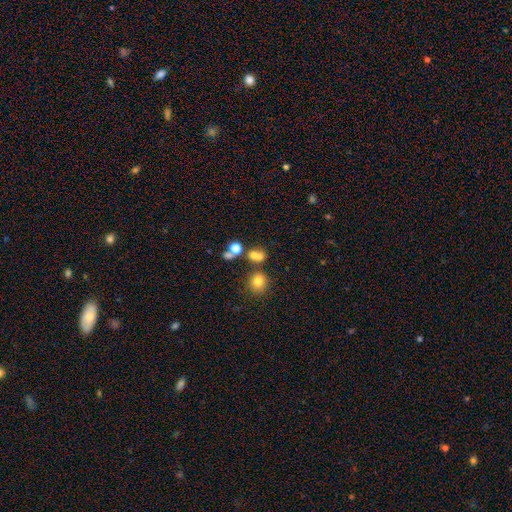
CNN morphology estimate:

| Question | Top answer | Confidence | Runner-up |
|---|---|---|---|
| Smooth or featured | smooth | 67% | star or artifact (20%) |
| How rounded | round | 68% | in between (30%) |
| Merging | none | 44% | merger (40%) |